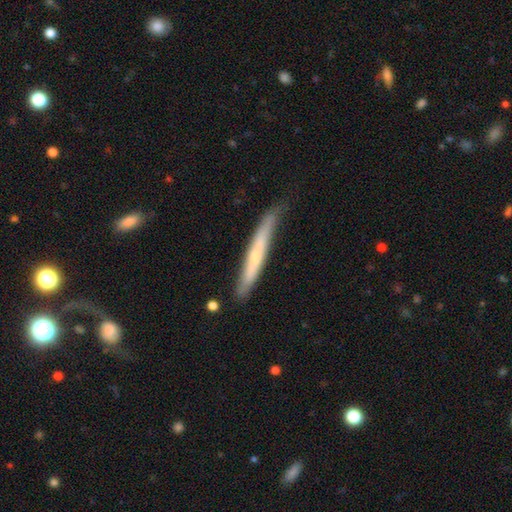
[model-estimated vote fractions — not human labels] This appears to be a smooth galaxy with no disk features (48%). Merging: none (74%).